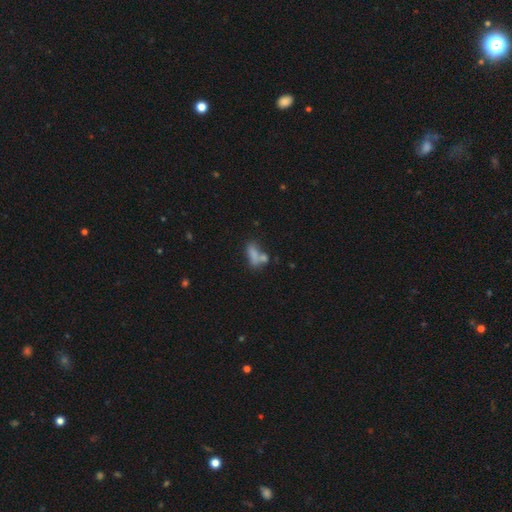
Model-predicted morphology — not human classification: Smooth or featured? smooth (72%)
How rounded? in between (77%)
Merging? merger (42%)